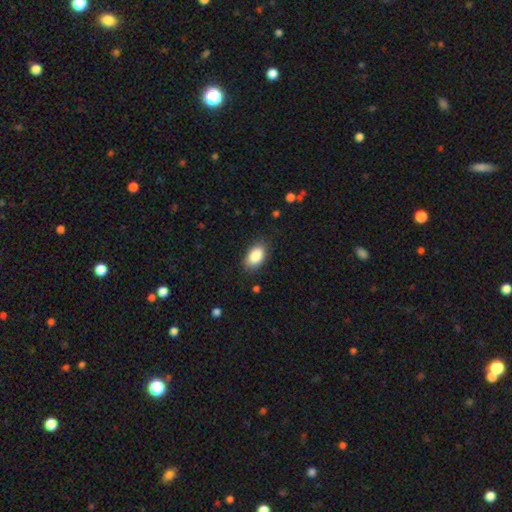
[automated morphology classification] Smooth or featured? smooth (88%)
How rounded? in between (92%)
Merging? none (82%)